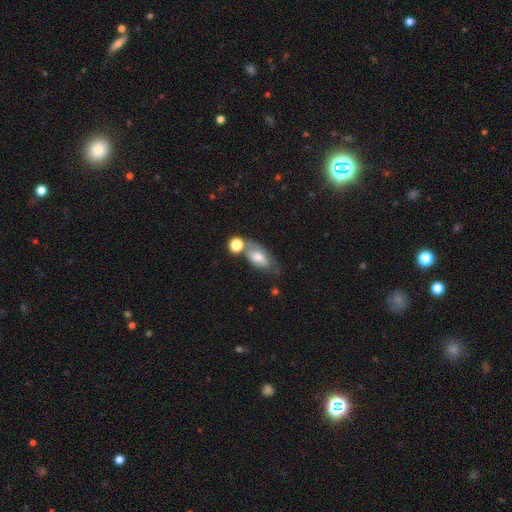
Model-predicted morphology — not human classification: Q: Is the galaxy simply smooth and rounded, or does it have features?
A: smooth — 53%.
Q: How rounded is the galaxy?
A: in between — 83%.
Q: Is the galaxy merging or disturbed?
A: none — 45%.